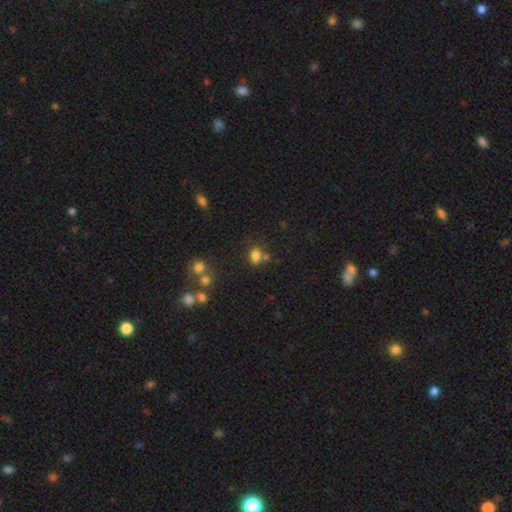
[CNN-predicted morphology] This is likely a smooth galaxy (80%). How rounded: likely in between (72%). Merging: likely none (65%).